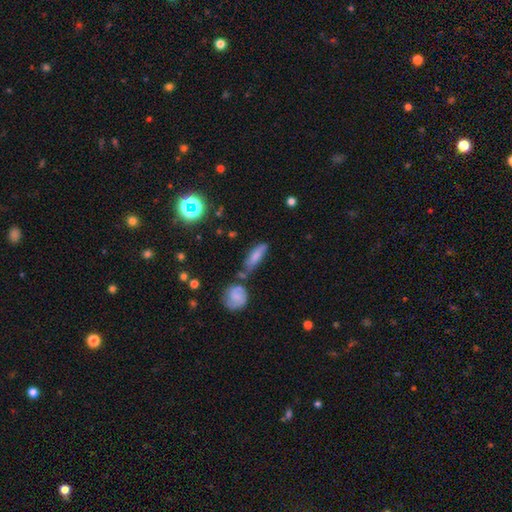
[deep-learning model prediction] smooth_or_featured: smooth (p=0.67) [alt: featured or disk p=0.23]
how_rounded: cigar-shaped (p=0.49) [alt: in between p=0.47]
merging: none (p=0.51) [alt: minor disturbance p=0.24]